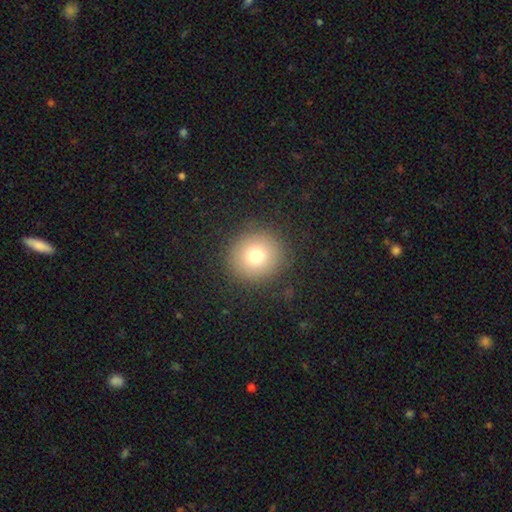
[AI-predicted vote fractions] Overall: smooth (75%). How rounded: round (93%). Merging: none (88%).